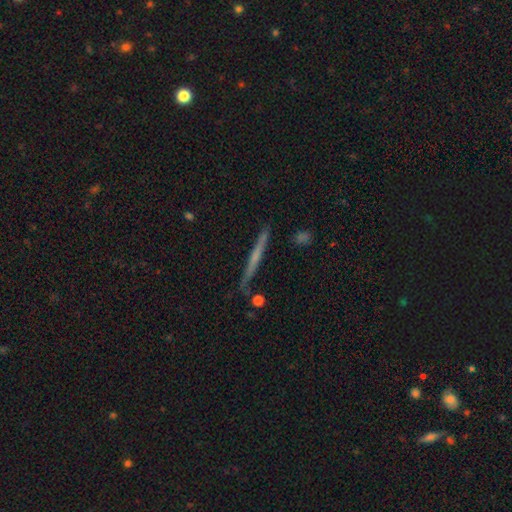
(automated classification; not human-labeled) Smooth or featured? featured or disk (60%)
Edge-on disk? yes (97%)
Edge-on bulge? none (62%)
Merging? none (86%)